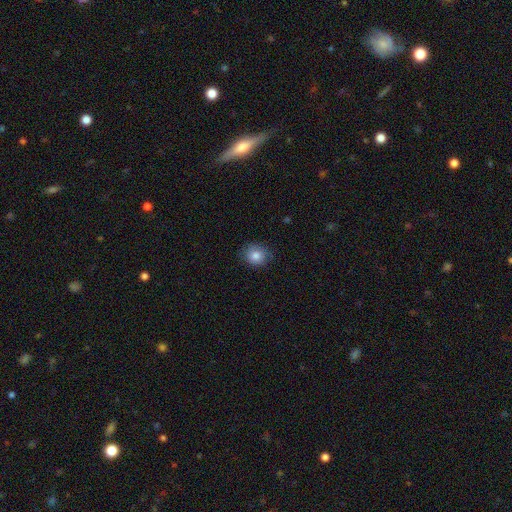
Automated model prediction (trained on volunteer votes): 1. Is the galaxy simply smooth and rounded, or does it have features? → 81% smooth, 10% featured or disk, 9% star or artifact.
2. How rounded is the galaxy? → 81% round, 18% in between, 1% cigar-shaped.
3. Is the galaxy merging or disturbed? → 78% none, 17% minor disturbance, 4% major disturbance, 1% merger.